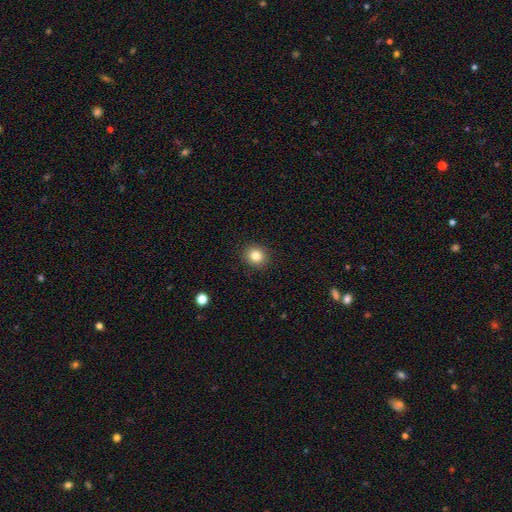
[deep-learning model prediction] Overall: smooth (83%). How rounded: round (83%). Merging: none (91%).